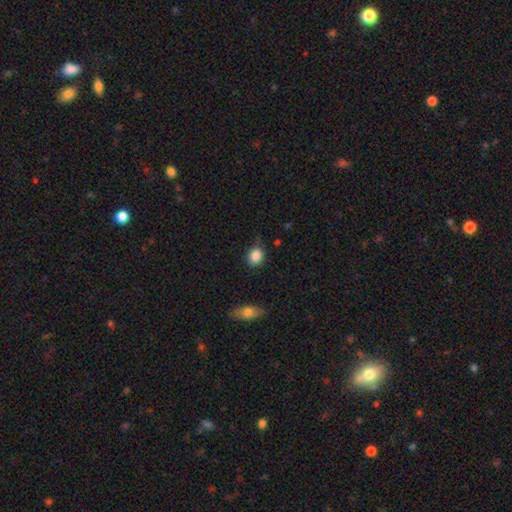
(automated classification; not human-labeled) smooth_or_featured: smooth (p=0.87) [alt: star or artifact p=0.09]
how_rounded: round (p=0.62) [alt: in between p=0.36]
merging: none (p=0.76) [alt: minor disturbance p=0.18]